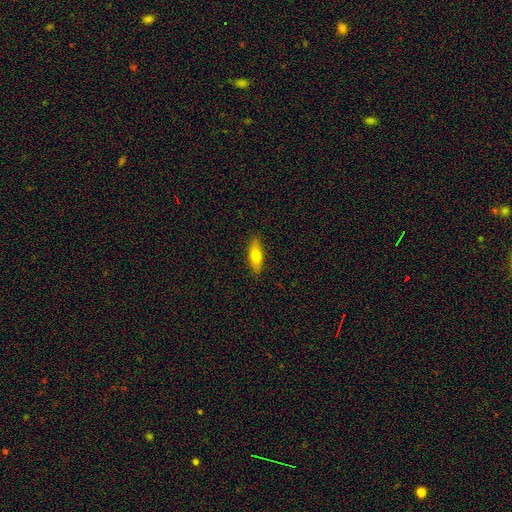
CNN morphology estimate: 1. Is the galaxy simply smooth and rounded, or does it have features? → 70% smooth, 23% featured or disk, 7% star or artifact.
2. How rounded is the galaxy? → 56% in between, 42% cigar-shaped, 3% round.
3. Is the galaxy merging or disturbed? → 88% none, 9% minor disturbance, 2% major disturbance, 1% merger.